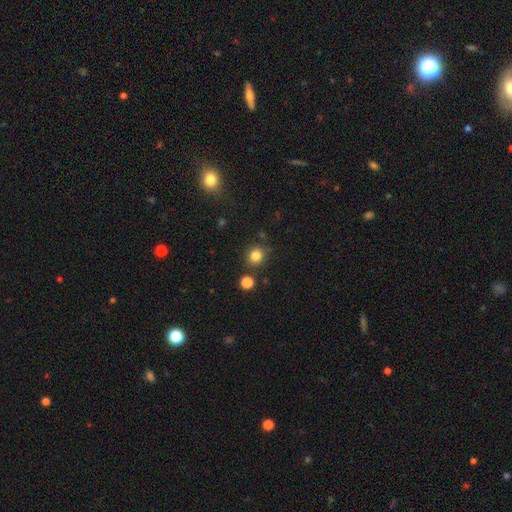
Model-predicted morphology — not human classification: A smooth galaxy with no disk features (82%) that is round (87%). Merging: none (82%).